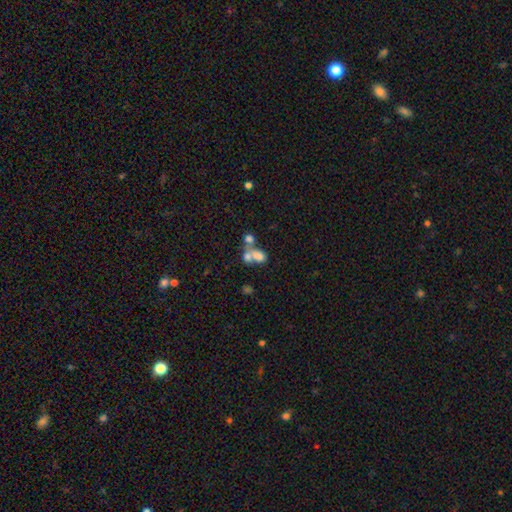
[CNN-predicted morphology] A smooth galaxy with no disk features (68%) that is in between round and cigar-shaped (62%). Merging: merger (62%).